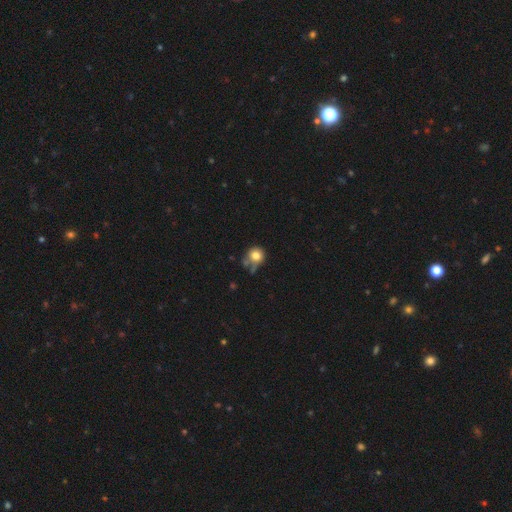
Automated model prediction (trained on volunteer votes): smooth_or_featured: smooth (p=0.78) [alt: featured or disk p=0.11]
how_rounded: round (p=0.83) [alt: in between p=0.16]
merging: none (p=0.50) [alt: minor disturbance p=0.25]